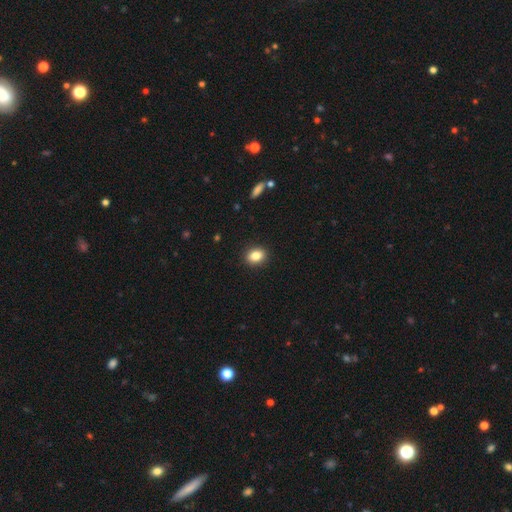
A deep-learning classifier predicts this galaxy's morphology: smooth-or-featured: smooth: 84% | star or artifact: 9% | featured or disk: 6%
  how-rounded: in between: 57% | round: 42% | cigar-shaped: 1%
  merging: none: 91% | minor disturbance: 6% | major disturbance: 2% | merger: 1%